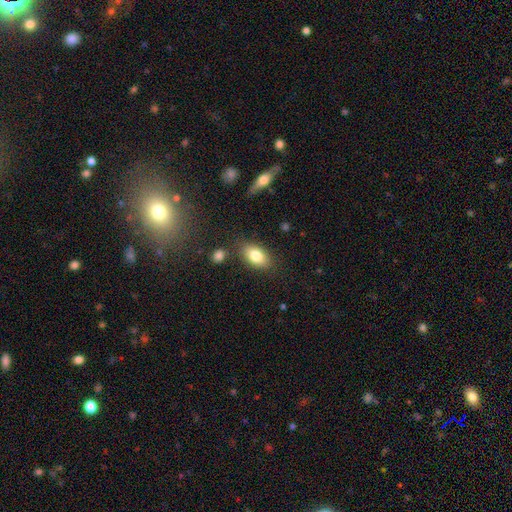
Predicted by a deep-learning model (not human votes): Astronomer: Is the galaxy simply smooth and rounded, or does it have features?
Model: smooth — 81%.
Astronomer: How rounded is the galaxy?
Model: in between — 90%.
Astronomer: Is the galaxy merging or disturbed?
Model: none — 79%.